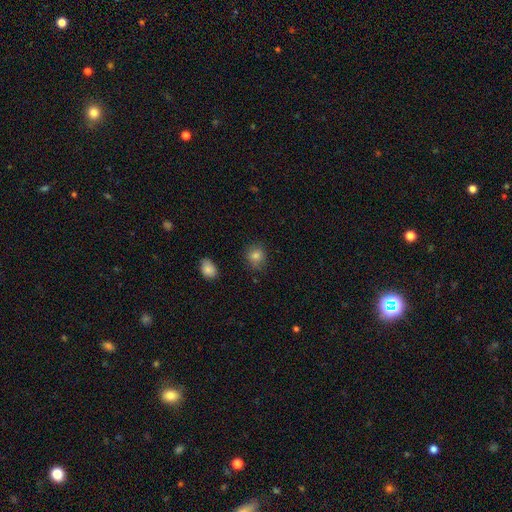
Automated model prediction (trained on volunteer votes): The model was most divided on "how rounded": round: 77%, in between: 22%, cigar-shaped: 1%. More confident: smooth or featured — smooth (81%); merging — none (78%).